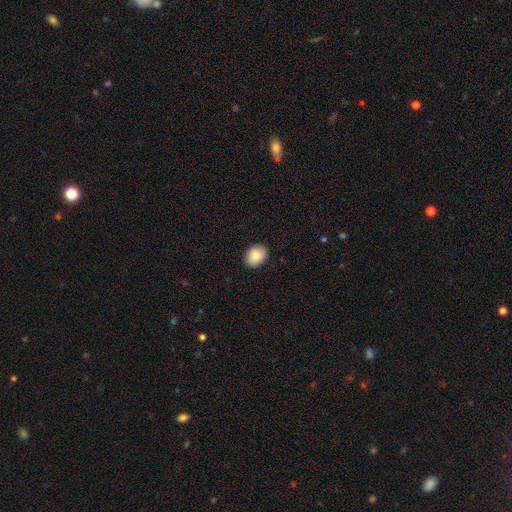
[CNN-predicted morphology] Overall: smooth (86%). How rounded: in between (63%; round 36%). Merging: none (89%).